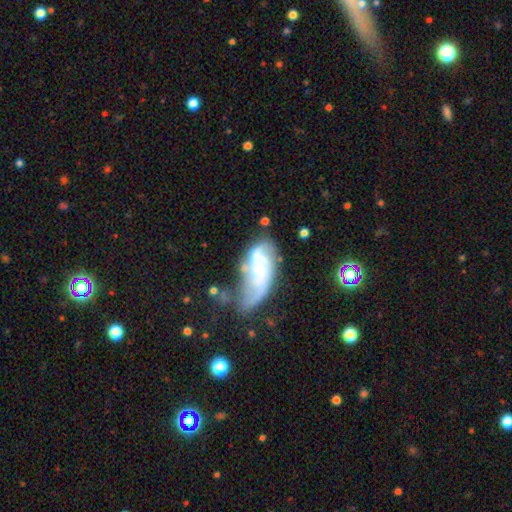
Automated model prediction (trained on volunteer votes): Q: Smooth or featured?
A: featured or disk (67%); runner-up: smooth (26%)
Q: Edge-on disk?
A: no (94%); runner-up: yes (6%)
Q: Bar?
A: no (62%); runner-up: weak (29%)
Q: Spiral arms?
A: yes (73%); runner-up: no (27%)
Q: Bulge size?
A: moderate (47%); runner-up: small (33%)
Q: Merging?
A: major disturbance (36%); runner-up: none (23%)